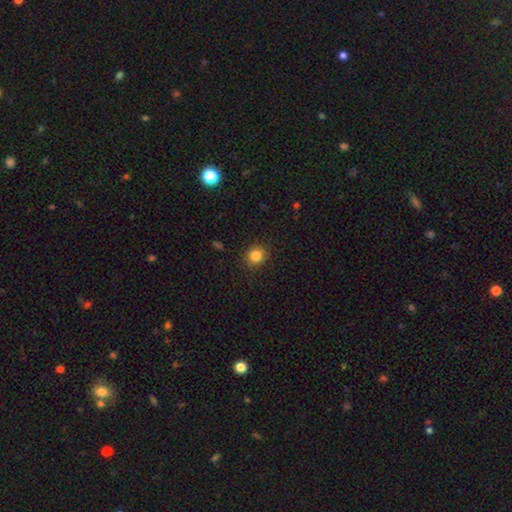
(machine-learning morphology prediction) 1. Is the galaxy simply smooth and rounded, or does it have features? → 84% smooth, 11% star or artifact, 5% featured or disk.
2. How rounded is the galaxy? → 85% round, 14% in between, 1% cigar-shaped.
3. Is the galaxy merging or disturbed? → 89% none, 7% minor disturbance, 2% major disturbance, 1% merger.